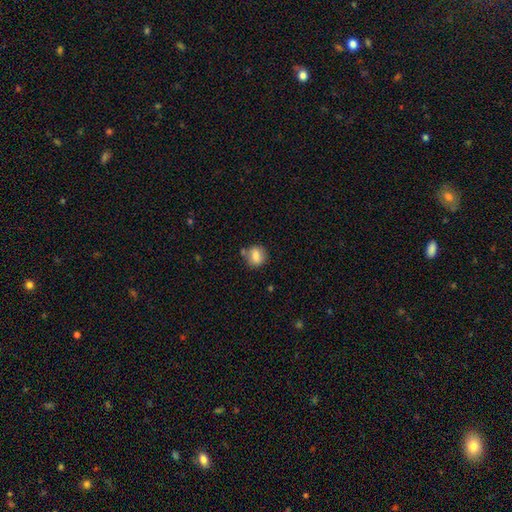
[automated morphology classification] type=smooth (78%); roundness=round (73%); merging=none (72%).